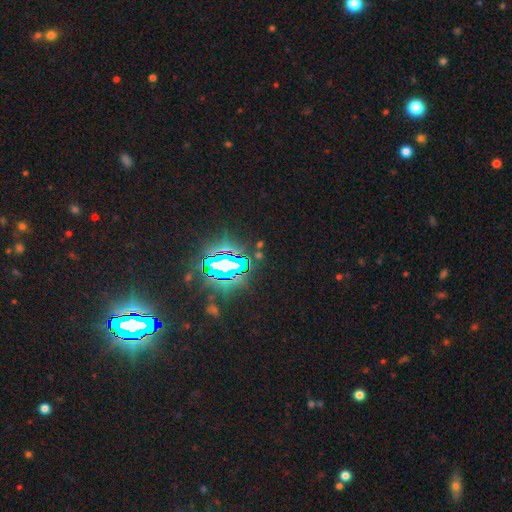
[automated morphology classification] smooth-or-featured: star or artifact: 81% | smooth: 10% | featured or disk: 9%